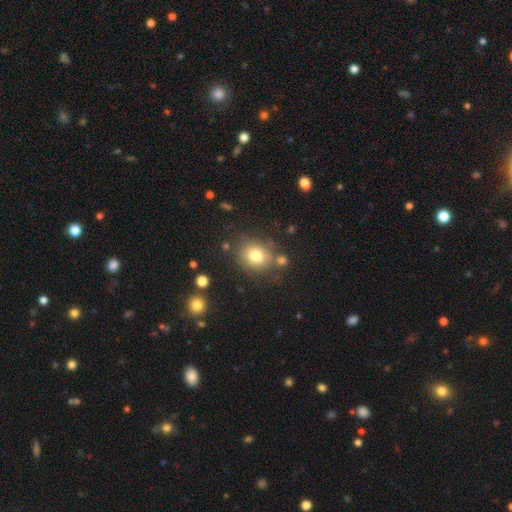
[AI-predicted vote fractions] Morphology: type=smooth (77%); roundness=round (72%); merging=none (74%).